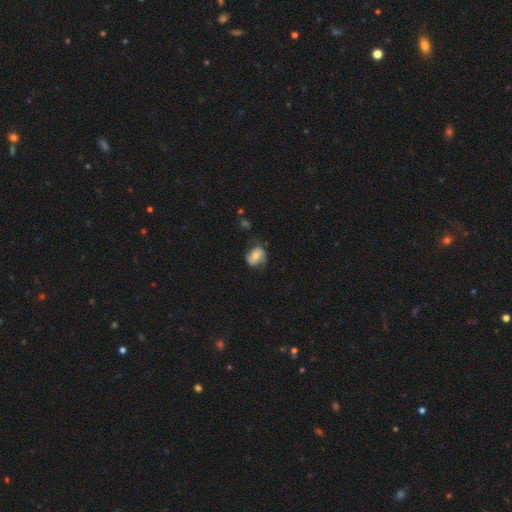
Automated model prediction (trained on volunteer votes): Smooth or featured? Predicted: featured or disk (p=0.48). Merging? Predicted: none (p=0.60).